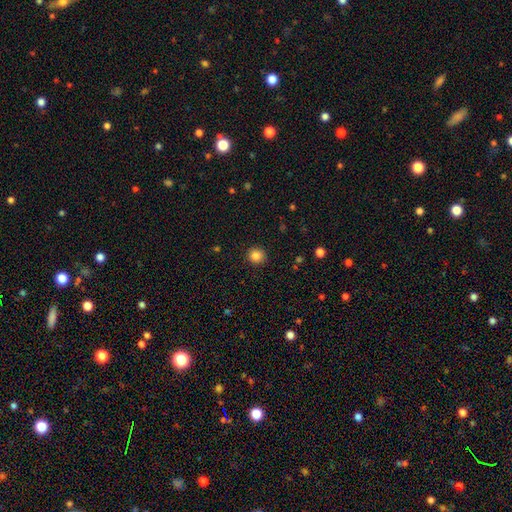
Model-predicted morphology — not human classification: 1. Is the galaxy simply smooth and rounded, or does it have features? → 84% smooth, 11% star or artifact, 5% featured or disk.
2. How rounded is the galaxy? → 92% round, 7% in between, 1% cigar-shaped.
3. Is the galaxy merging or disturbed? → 92% none, 6% minor disturbance, 2% major disturbance, 1% merger.